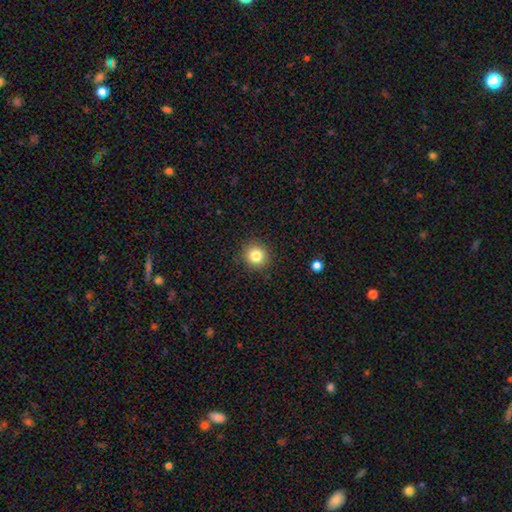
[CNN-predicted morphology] Smooth or featured: smooth — 83% (star or artifact — 11%)
How rounded: round — 91% (in between — 8%)
Merging: none — 90% (minor disturbance — 7%)